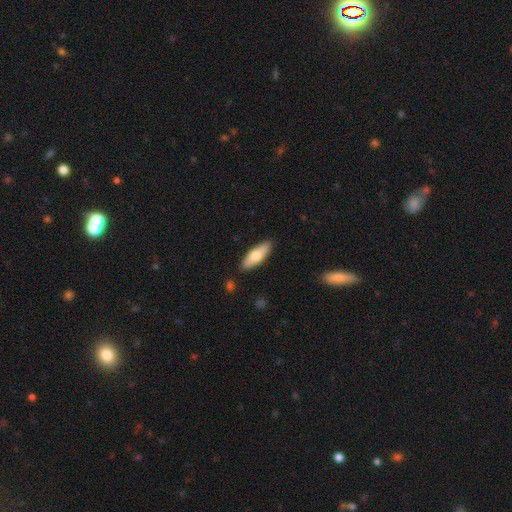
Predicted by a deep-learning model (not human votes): Smooth or featured? smooth (66%)
How rounded? in between (60%)
Merging? none (88%)